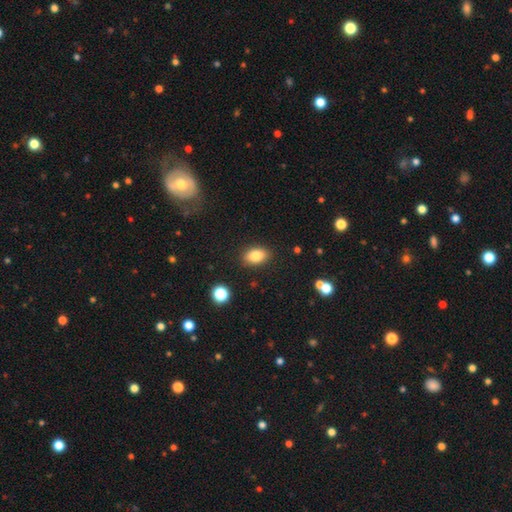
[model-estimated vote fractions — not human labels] Smooth or featured? smooth (84%)
How rounded? in between (85%)
Merging? none (87%)